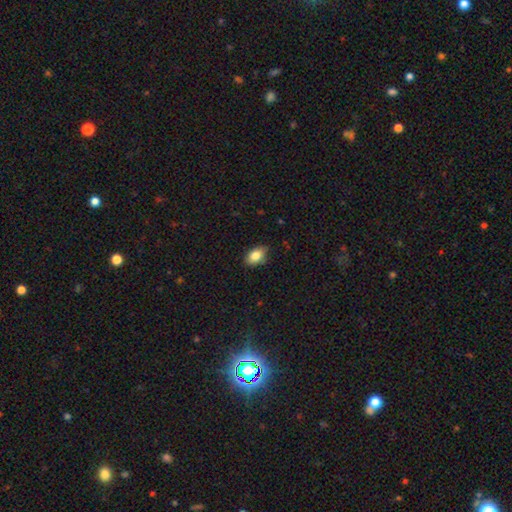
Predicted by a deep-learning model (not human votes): Smooth or featured?
  - smooth: 83% *
  - featured or disk: 9%
  - star or artifact: 8%
How rounded?
  - in between: 88% *
  - round: 10%
  - cigar-shaped: 2%
Merging?
  - none: 82% *
  - minor disturbance: 15%
  - major disturbance: 2%
  - merger: 1%